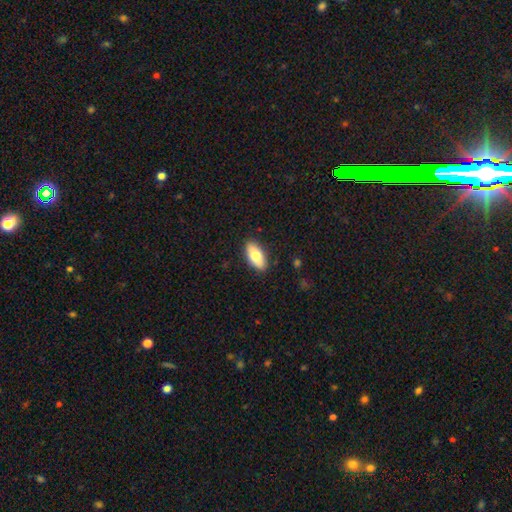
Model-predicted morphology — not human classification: type=smooth (76%); roundness=in between (86%); merging=none (88%).